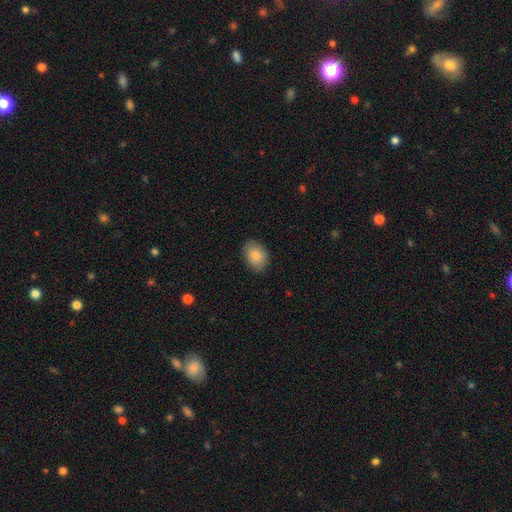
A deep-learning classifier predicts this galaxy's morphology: Smooth or featured: smooth — 85% (featured or disk — 9%)
How rounded: in between — 79% (round — 20%)
Merging: none — 83% (minor disturbance — 13%)